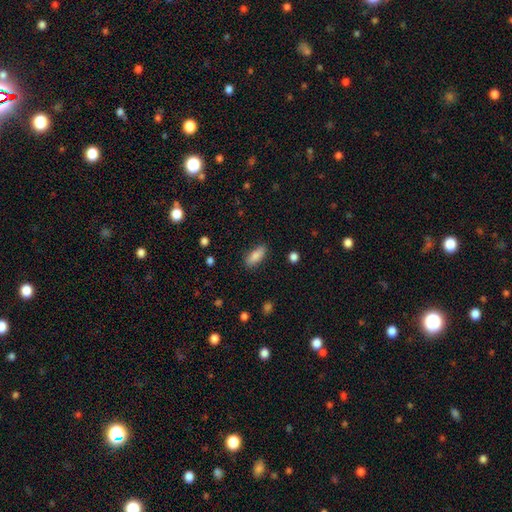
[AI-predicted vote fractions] This is clearly a smooth galaxy (85%). How rounded: clearly in between (83%). Merging: clearly none (83%).